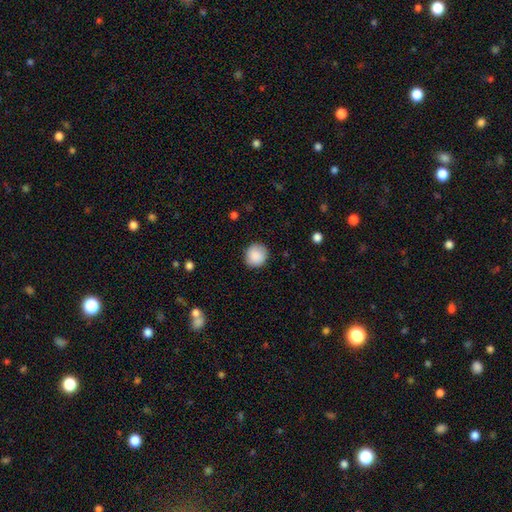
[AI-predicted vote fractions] This is clearly a smooth galaxy (89%). How rounded: clearly round (91%). Merging: clearly none (89%).